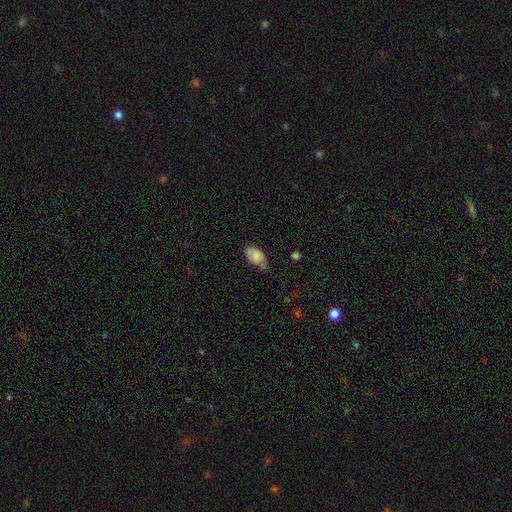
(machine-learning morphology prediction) Q: Smooth or featured?
A: smooth (80%); runner-up: featured or disk (13%)
Q: How rounded?
A: in between (93%); runner-up: round (5%)
Q: Merging?
A: none (53%); runner-up: minor disturbance (38%)